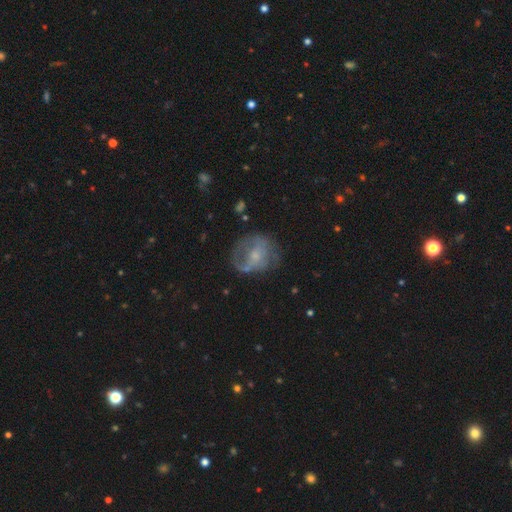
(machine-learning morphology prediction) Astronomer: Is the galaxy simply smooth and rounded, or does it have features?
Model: featured or disk — 58% (runner-up: smooth, 33%).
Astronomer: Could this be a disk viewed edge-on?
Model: no — 97%.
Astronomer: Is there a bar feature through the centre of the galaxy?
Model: no — 58% (runner-up: weak, 33%).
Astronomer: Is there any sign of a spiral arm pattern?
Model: yes — 55% (runner-up: no, 45%).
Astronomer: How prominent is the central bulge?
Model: small — 58%.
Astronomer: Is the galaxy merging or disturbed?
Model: none — 52%.